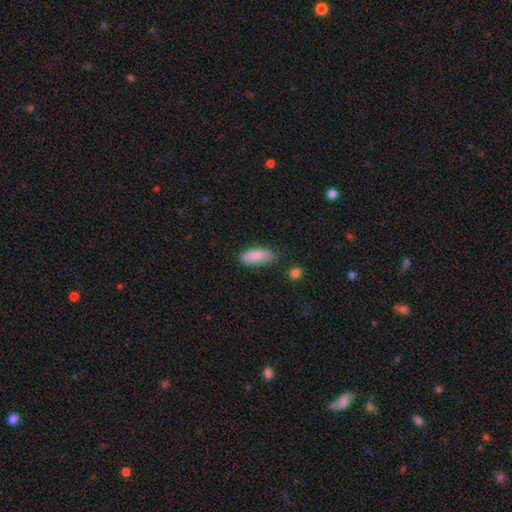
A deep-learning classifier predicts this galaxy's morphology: A smooth galaxy with no disk features (87%) that is in between round and cigar-shaped (82%). Merging: none (74%).